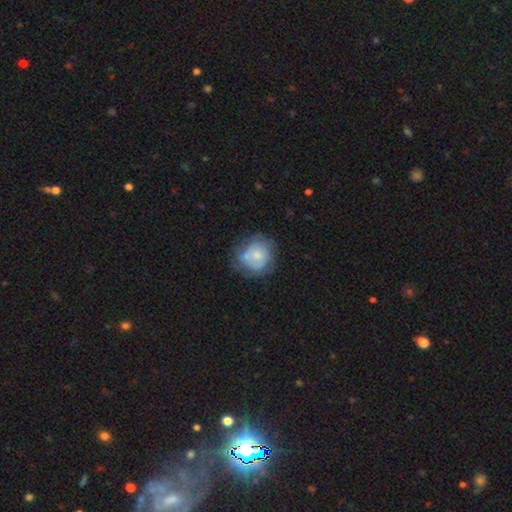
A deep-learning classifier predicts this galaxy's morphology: smooth_or_featured: smooth (p=0.54) [alt: featured or disk p=0.38]
how_rounded: round (p=0.78) [alt: in between p=0.21]
merging: none (p=0.50) [alt: minor disturbance p=0.26]